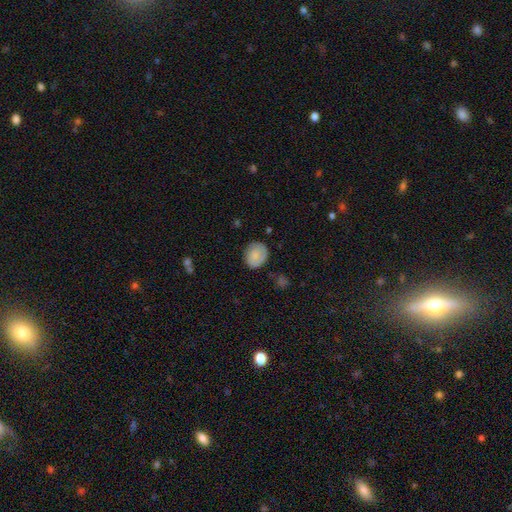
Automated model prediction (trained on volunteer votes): A smooth galaxy with no disk features (76%) that is round (61%).

Vote fractions:
- Smooth or featured? smooth: 76% / featured or disk: 17% / star or artifact: 7%
- How rounded? round: 61% / in between: 38% / cigar-shaped: 1%
- Merging? none: 77% / minor disturbance: 17% / major disturbance: 4% / merger: 1%